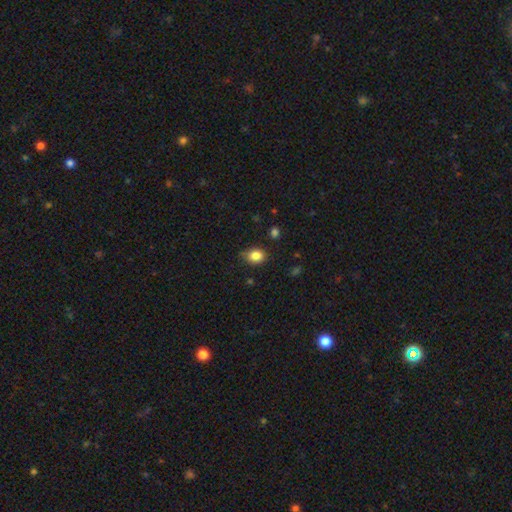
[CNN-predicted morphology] smooth-or-featured: smooth: 84% | star or artifact: 10% | featured or disk: 6%
  how-rounded: in between: 54% | round: 44% | cigar-shaped: 1%
  merging: none: 67% | minor disturbance: 26% | major disturbance: 4% | merger: 2%